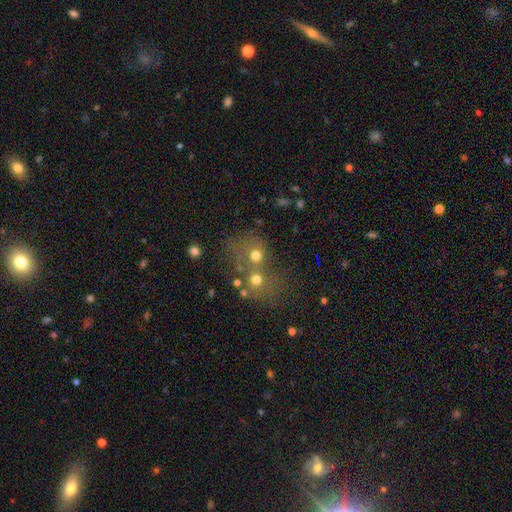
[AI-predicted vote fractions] Smooth or featured?
  - smooth: 64% *
  - star or artifact: 19%
  - featured or disk: 17%
How rounded?
  - round: 76% *
  - in between: 23%
  - cigar-shaped: 1%
Merging?
  - merger: 51% *
  - none: 33%
  - minor disturbance: 8%
  - major disturbance: 7%